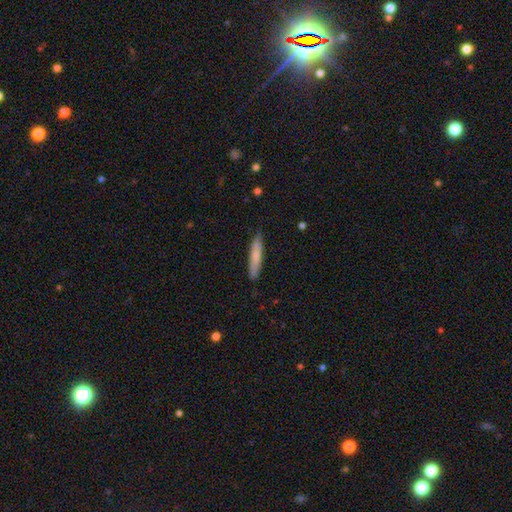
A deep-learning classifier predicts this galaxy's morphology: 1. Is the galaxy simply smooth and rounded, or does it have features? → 75% smooth, 20% featured or disk, 5% star or artifact.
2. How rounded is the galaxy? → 91% cigar-shaped, 8% in between, 1% round.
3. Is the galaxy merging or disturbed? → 86% none, 11% minor disturbance, 2% major disturbance, 1% merger.